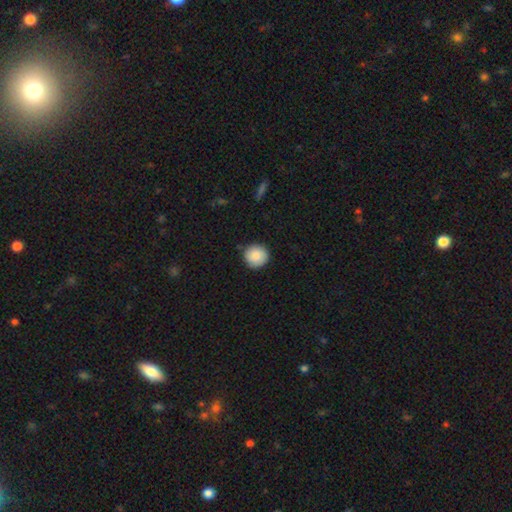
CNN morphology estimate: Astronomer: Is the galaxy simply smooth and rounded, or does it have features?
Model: smooth — 87%.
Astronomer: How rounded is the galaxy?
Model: round — 95%.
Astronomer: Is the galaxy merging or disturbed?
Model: none — 87%.